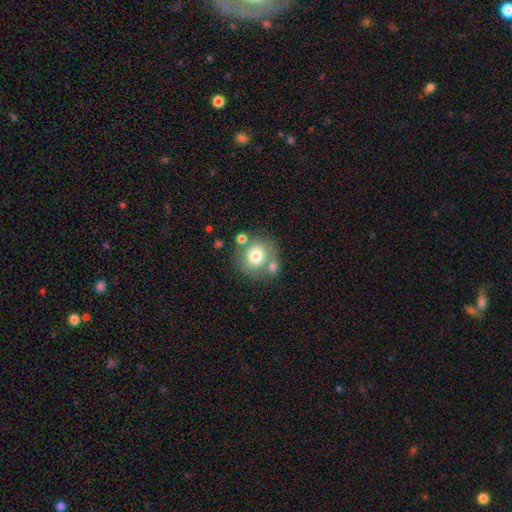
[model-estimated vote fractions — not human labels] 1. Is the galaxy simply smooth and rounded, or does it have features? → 71% smooth, 19% featured or disk, 10% star or artifact.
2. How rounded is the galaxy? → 87% round, 12% in between, 1% cigar-shaped.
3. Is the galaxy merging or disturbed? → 64% none, 19% merger, 12% minor disturbance, 5% major disturbance.